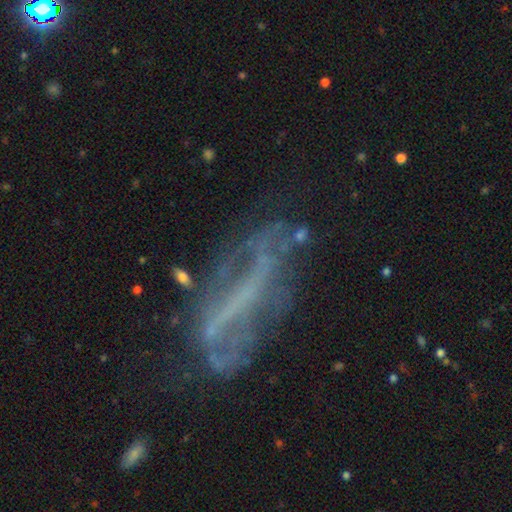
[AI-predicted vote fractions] A featured or disk galaxy (68%) with a strong bar (42%), no spiral arms (58%) and no central bulge (55%). Merging: none (48%).